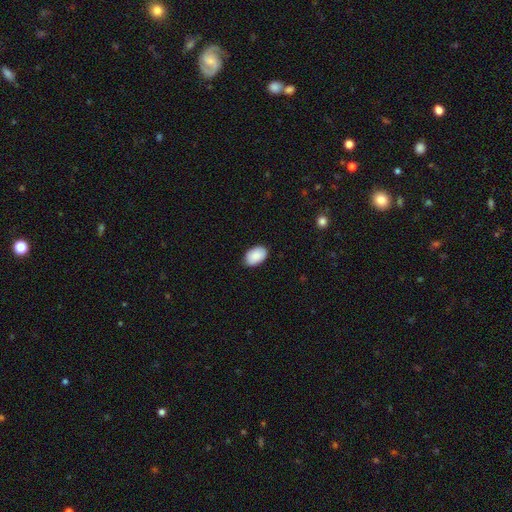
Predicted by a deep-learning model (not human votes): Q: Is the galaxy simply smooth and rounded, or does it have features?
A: smooth — 90%.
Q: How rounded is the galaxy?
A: in between — 91%.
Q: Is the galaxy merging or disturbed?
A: none — 87%.